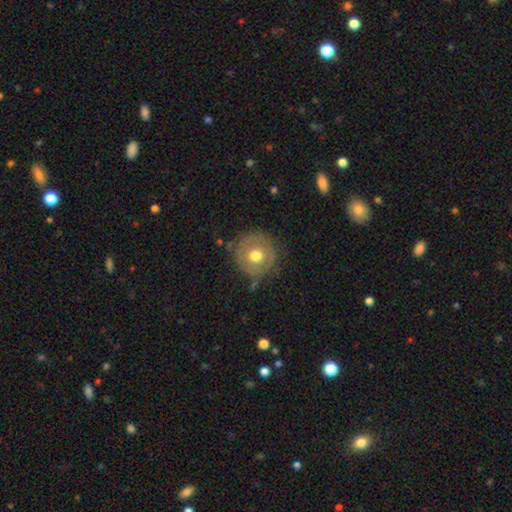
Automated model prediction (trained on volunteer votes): This appears to be a smooth galaxy with no disk features (53%) that is round (92%). Merging: none (73%).